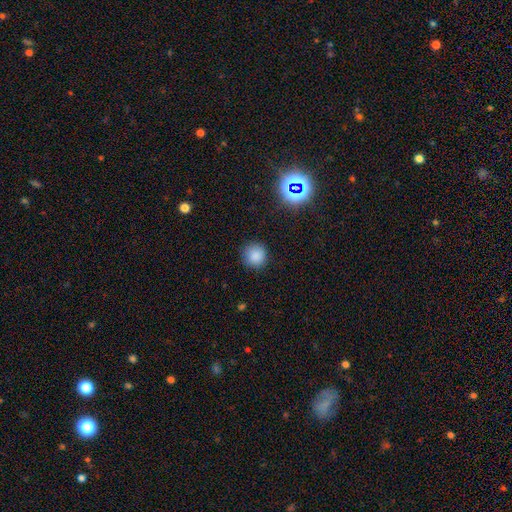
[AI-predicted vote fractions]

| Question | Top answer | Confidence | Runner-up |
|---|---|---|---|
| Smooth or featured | smooth | 84% | star or artifact (12%) |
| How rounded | round | 94% | in between (5%) |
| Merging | none | 89% | minor disturbance (8%) |